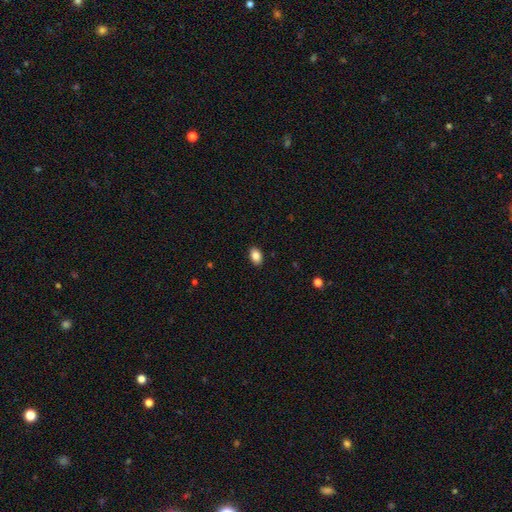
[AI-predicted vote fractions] A smooth galaxy with no disk features (87%) that is in between round and cigar-shaped (84%).

Vote fractions:
- Smooth or featured? smooth: 87% / star or artifact: 8% / featured or disk: 5%
- How rounded? in between: 84% / round: 15% / cigar-shaped: 1%
- Merging? none: 89% / minor disturbance: 8% / major disturbance: 2% / merger: 1%